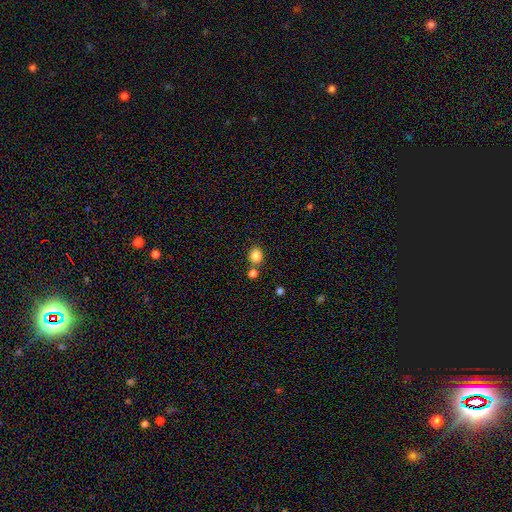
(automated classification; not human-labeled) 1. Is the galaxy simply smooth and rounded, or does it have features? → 84% smooth, 11% star or artifact, 5% featured or disk.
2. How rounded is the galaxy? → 67% round, 32% in between, 1% cigar-shaped.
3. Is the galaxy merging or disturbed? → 71% none, 17% merger, 9% minor disturbance, 3% major disturbance.